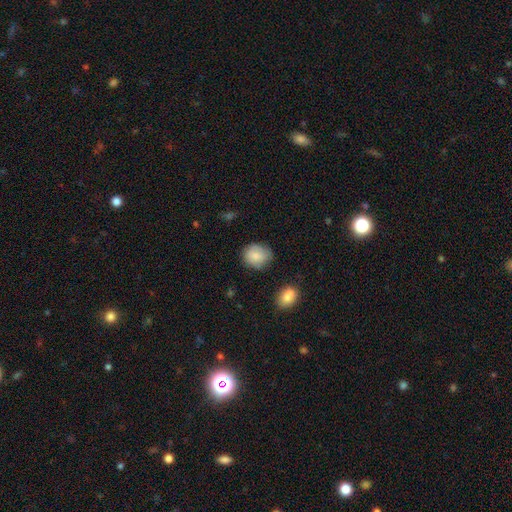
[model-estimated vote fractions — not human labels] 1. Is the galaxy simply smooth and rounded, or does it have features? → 84% smooth, 9% featured or disk, 7% star or artifact.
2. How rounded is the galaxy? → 68% round, 31% in between, 1% cigar-shaped.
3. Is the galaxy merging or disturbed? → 73% none, 21% minor disturbance, 4% major disturbance, 3% merger.